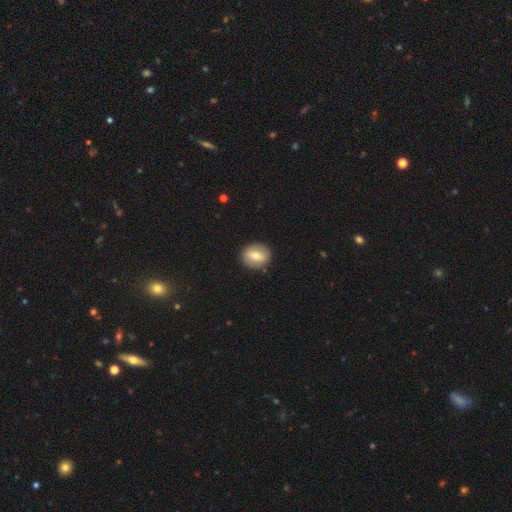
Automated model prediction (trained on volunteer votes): Q: Smooth or featured?
A: smooth (67%); runner-up: featured or disk (25%)
Q: How rounded?
A: round (77%); runner-up: in between (22%)
Q: Merging?
A: none (89%); runner-up: minor disturbance (7%)